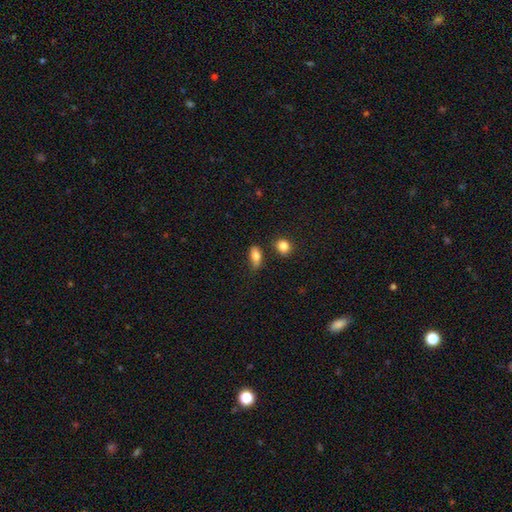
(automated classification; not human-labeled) A smooth galaxy with no disk features (80%) that is in between round and cigar-shaped (80%).

Vote fractions:
- Smooth or featured? smooth: 80% / featured or disk: 11% / star or artifact: 9%
- How rounded? in between: 80% / cigar-shaped: 10% / round: 10%
- Merging? none: 56% / minor disturbance: 29% / major disturbance: 9% / merger: 7%